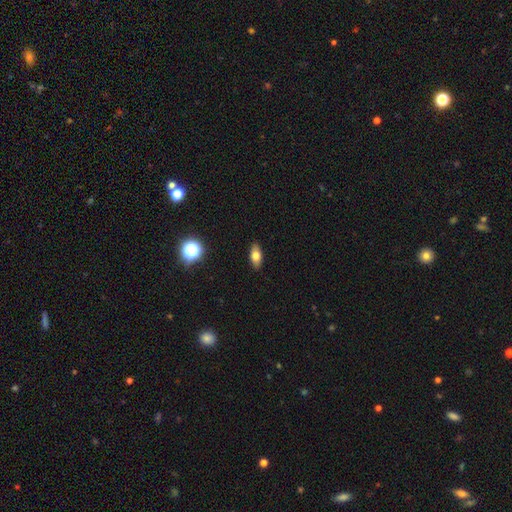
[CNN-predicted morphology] Smooth or featured? Predicted: smooth (p=0.71). How rounded? Predicted: in between (p=0.81). Merging? Predicted: none (p=0.90).